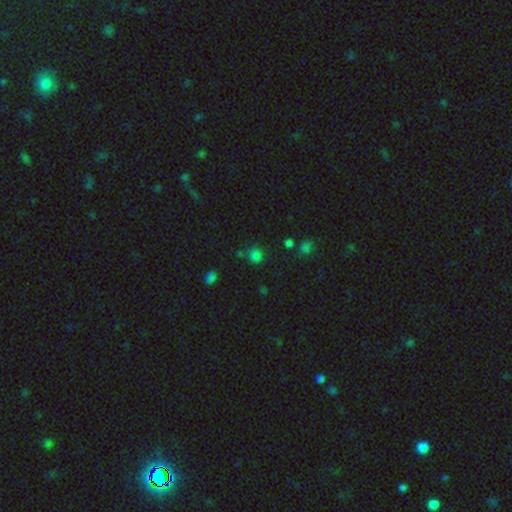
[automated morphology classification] smooth-or-featured: smooth: 73% | star or artifact: 22% | featured or disk: 4%
  how-rounded: round: 90% | in between: 9% | cigar-shaped: 1%
  merging: none: 75% | minor disturbance: 12% | merger: 9% | major disturbance: 4%